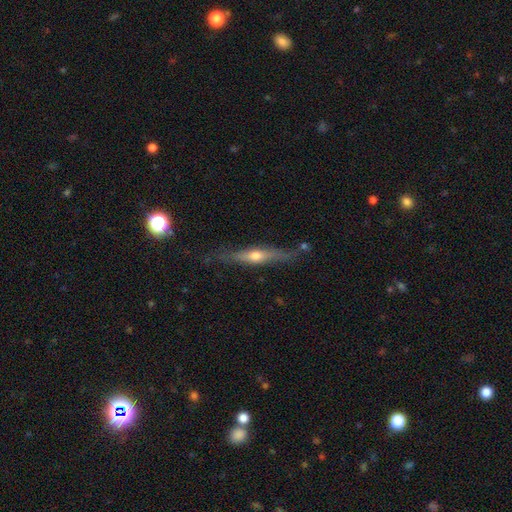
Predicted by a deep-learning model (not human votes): Smooth or featured?
  - featured or disk: 64% *
  - smooth: 30%
  - star or artifact: 6%
Edge-on disk?
  - yes: 93% *
  - no: 7%
Edge-on bulge?
  - rounded: 88% *
  - none: 8%
  - boxy: 4%
Merging?
  - none: 77% *
  - minor disturbance: 16%
  - major disturbance: 4%
  - merger: 3%